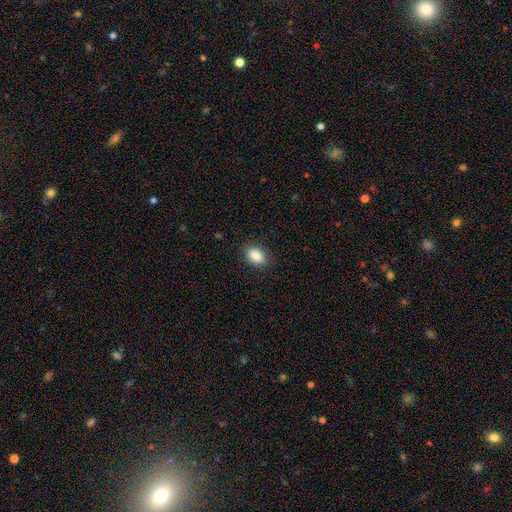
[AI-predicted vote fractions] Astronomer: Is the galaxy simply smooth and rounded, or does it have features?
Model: smooth — 87%.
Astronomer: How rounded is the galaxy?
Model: in between — 81%.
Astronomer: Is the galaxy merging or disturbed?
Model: none — 89%.